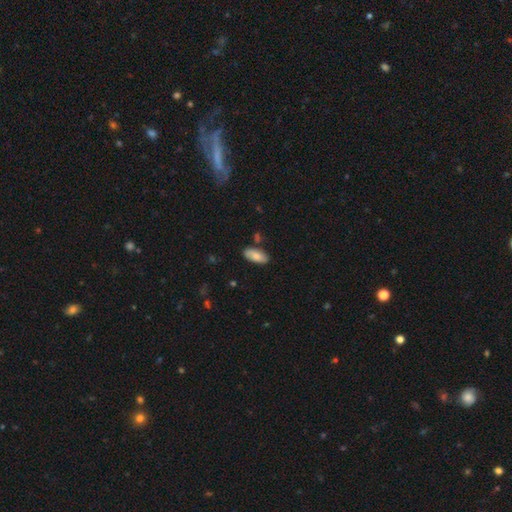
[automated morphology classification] This is likely a smooth galaxy (79%). How rounded: clearly in between (90%). Merging: clearly none (81%).